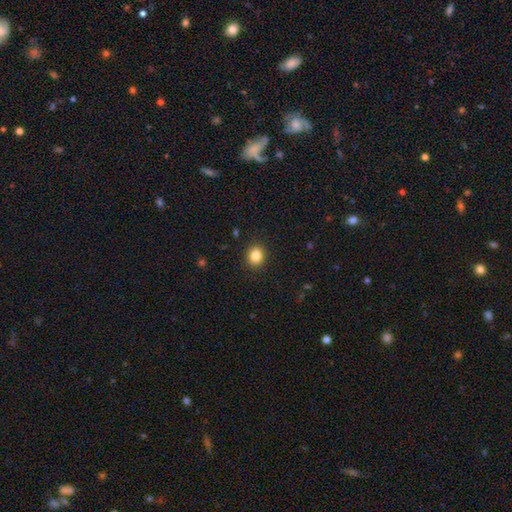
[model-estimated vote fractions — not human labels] smooth 85%, star or artifact 11%, featured or disk 5%. Down the decision tree: how rounded — round (71%); merging — none (90%).